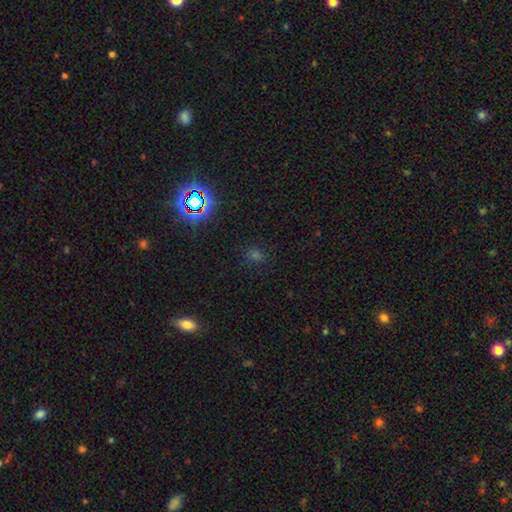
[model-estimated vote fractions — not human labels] This appears to be a star or artifact, not a galaxy (48%).